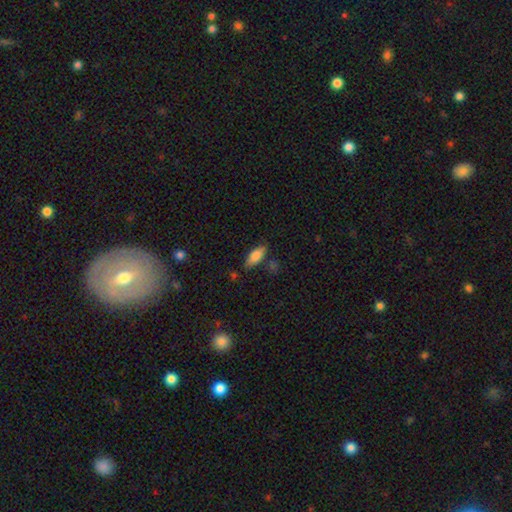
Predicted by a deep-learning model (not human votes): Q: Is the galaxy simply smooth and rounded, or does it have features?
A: smooth — 78%.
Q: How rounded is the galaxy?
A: in between — 75%.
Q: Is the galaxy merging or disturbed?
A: none — 74%.